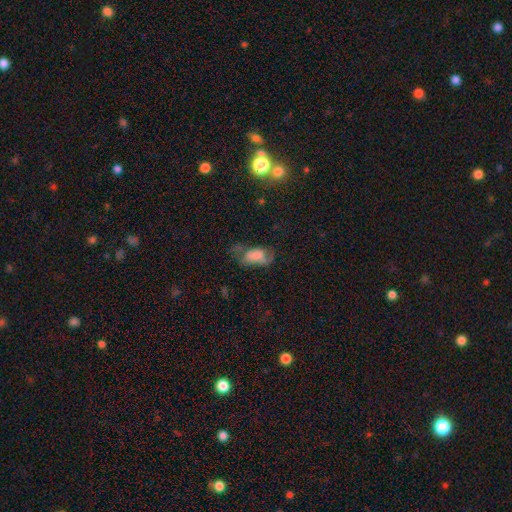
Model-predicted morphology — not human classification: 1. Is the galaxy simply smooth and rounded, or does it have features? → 62% smooth, 27% featured or disk, 11% star or artifact.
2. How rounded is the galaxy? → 91% in between, 5% round, 4% cigar-shaped.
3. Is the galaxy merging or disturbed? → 36% major disturbance, 30% none, 28% minor disturbance, 6% merger.